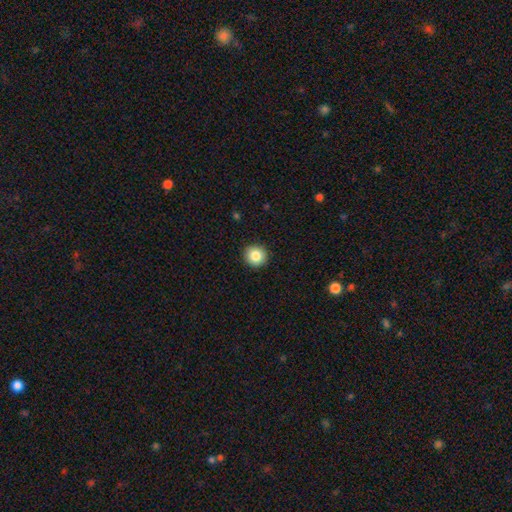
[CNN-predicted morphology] The model was most divided on "smooth or featured": smooth: 85%, star or artifact: 9%, featured or disk: 6%. More confident: how rounded — round (93%); merging — none (92%).